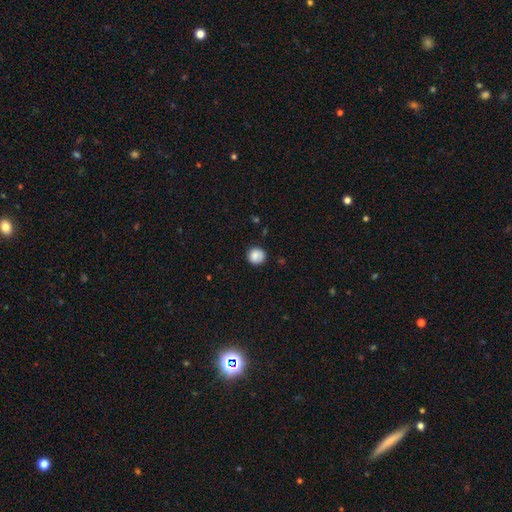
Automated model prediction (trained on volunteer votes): Smooth or featured: smooth — 85% (star or artifact — 9%)
How rounded: round — 91% (in between — 8%)
Merging: none — 84% (minor disturbance — 12%)